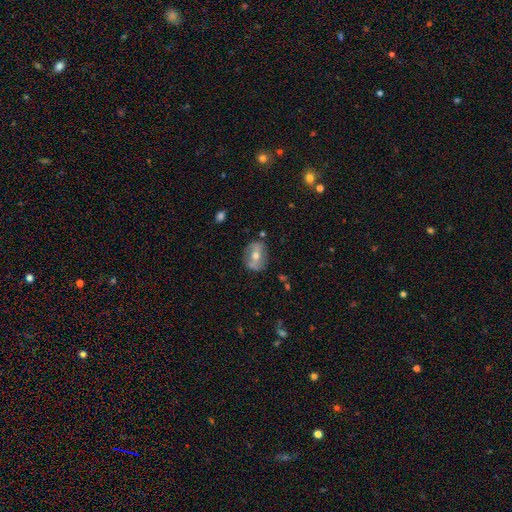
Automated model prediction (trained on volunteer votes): Overall: featured or disk (54%; smooth 36%). Edge-on disk: no (91%). Merging: none (77%).